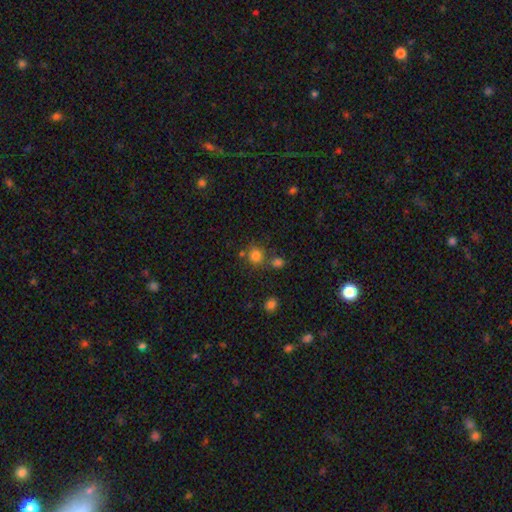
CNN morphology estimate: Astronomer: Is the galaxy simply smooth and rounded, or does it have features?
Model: smooth — 78%.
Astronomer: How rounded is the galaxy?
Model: round — 87%.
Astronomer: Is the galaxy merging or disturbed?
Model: none — 68%.